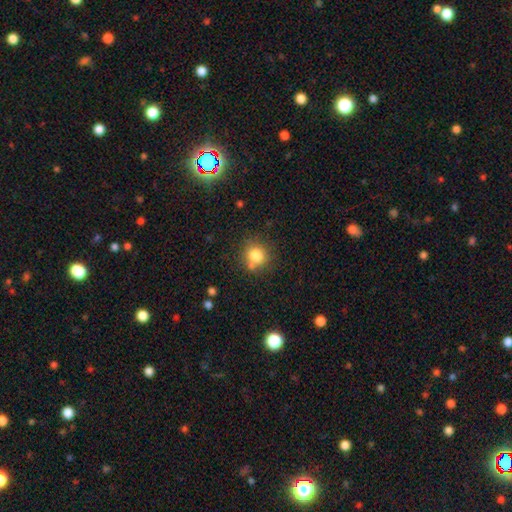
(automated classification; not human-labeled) smooth_or_featured: smooth (p=0.81) [alt: star or artifact p=0.12]
how_rounded: round (p=0.87) [alt: in between p=0.12]
merging: none (p=0.69) [alt: minor disturbance p=0.14]